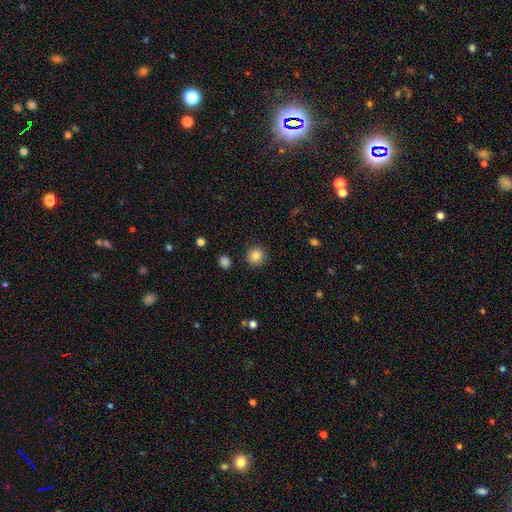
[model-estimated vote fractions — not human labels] Smooth or featured?
  - smooth: 86% *
  - star or artifact: 10%
  - featured or disk: 4%
How rounded?
  - round: 91% *
  - in between: 8%
  - cigar-shaped: 1%
Merging?
  - none: 89% *
  - minor disturbance: 7%
  - major disturbance: 3%
  - merger: 2%